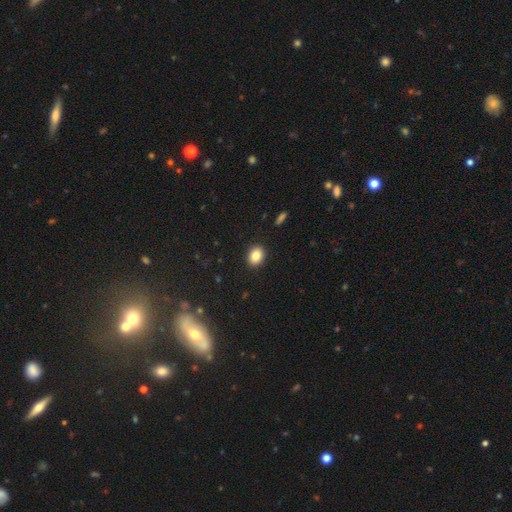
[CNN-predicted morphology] Smooth or featured? Predicted: smooth (p=0.86). How rounded? Predicted: in between (p=0.53). Merging? Predicted: none (p=0.90).